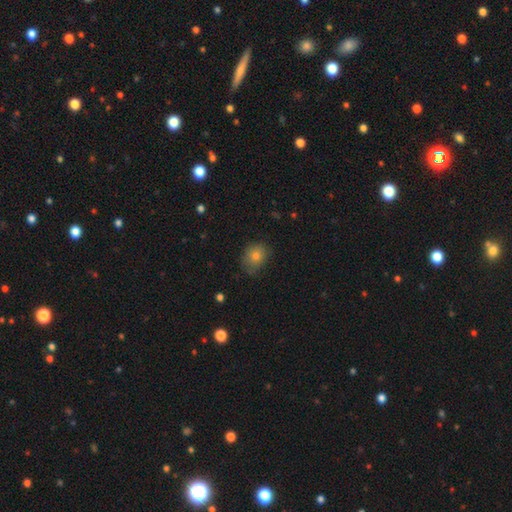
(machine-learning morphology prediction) smooth 75%, star or artifact 13%, featured or disk 12%. Down the decision tree: how rounded — round (55%); merging — none (68%).